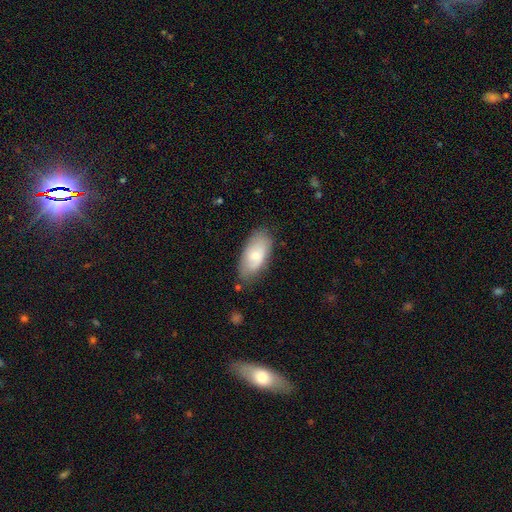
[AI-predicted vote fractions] A smooth galaxy with no disk features (60%) that is in between round and cigar-shaped (92%).

Vote fractions:
- Smooth or featured? smooth: 60% / featured or disk: 33% / star or artifact: 7%
- How rounded? in between: 92% / cigar-shaped: 5% / round: 4%
- Merging? none: 73% / minor disturbance: 20% / major disturbance: 5% / merger: 2%